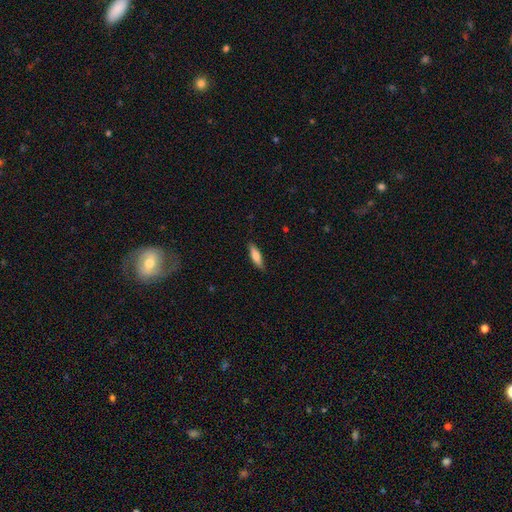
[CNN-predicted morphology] type=smooth (73%); roundness=cigar-shaped (57%); merging=none (85%).